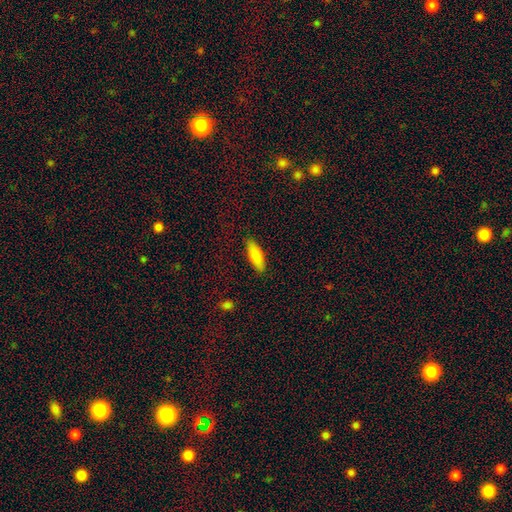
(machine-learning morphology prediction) The model was most divided on "how rounded": in between: 58%, cigar-shaped: 40%, round: 2%. More confident: merging — none (88%); smooth or featured — smooth (82%).